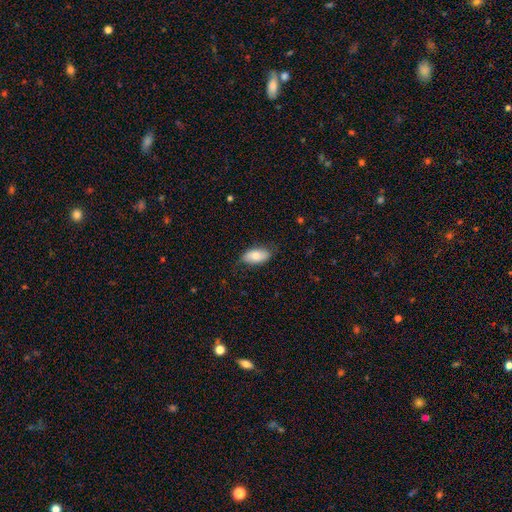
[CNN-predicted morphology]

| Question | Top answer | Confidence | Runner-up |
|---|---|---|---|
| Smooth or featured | smooth | 75% | featured or disk (19%) |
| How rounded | in between | 94% | cigar-shaped (3%) |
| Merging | none | 75% | minor disturbance (20%) |